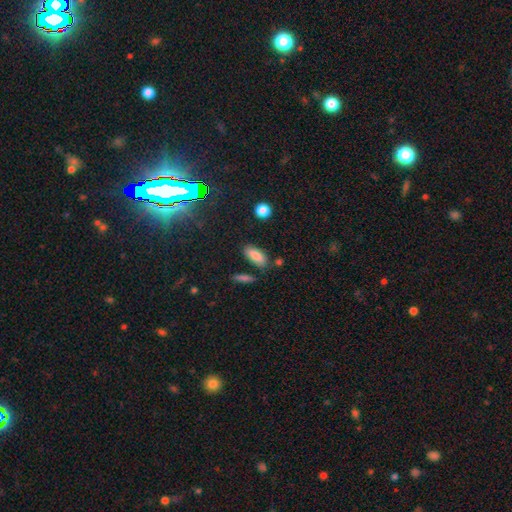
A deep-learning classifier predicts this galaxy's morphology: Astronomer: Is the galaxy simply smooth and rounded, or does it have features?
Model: smooth — 84%.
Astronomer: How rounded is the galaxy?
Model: in between — 81%.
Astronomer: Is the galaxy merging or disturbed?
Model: none — 77%.